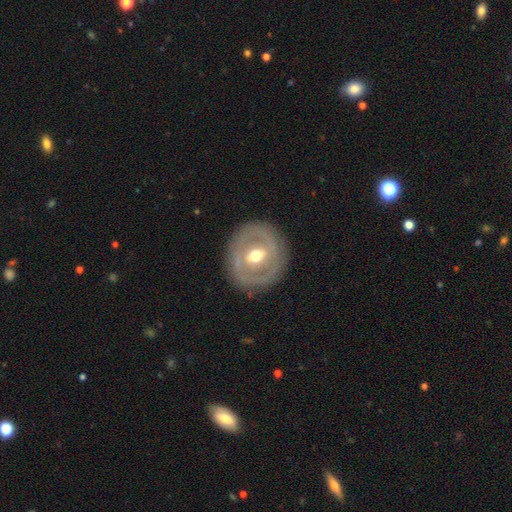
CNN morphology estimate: The model was most divided on "bar": weak: 43%, no: 31%, strong: 27%. More confident: edge-on disk — no (95%); merging — none (83%); bulge size — moderate (76%); smooth or featured — featured or disk (68%); spiral arms — no (64%).